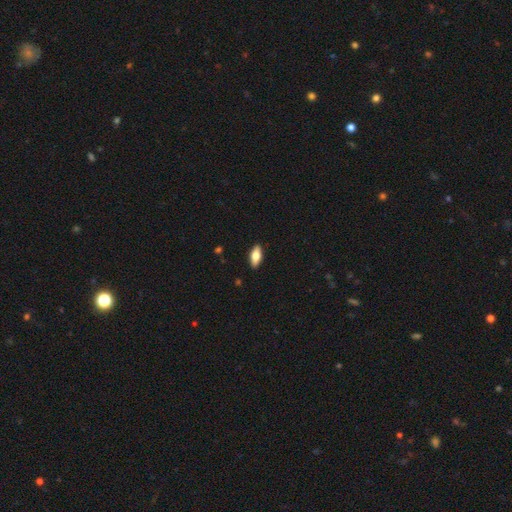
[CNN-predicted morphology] type=smooth (69%); roundness=in between (83%); merging=none (89%).